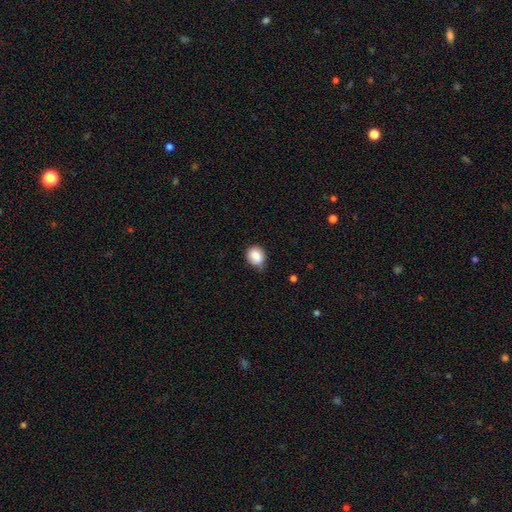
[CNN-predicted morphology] Smooth or featured?
  - smooth: 86% *
  - star or artifact: 8%
  - featured or disk: 6%
How rounded?
  - round: 61% *
  - in between: 38%
  - cigar-shaped: 1%
Merging?
  - none: 68% *
  - minor disturbance: 26%
  - major disturbance: 4%
  - merger: 2%